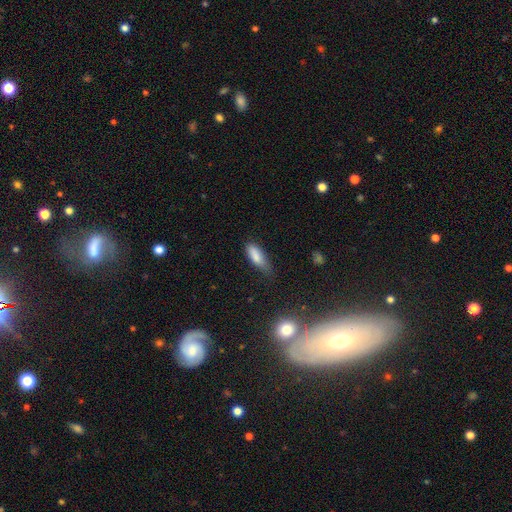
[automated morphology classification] Smooth or featured? smooth (83%)
How rounded? in between (68%)
Merging? none (48%)